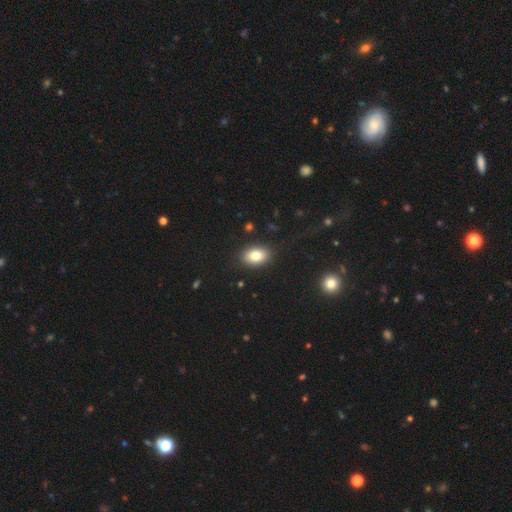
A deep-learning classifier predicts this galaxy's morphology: Smooth or featured?
  - smooth: 82% *
  - featured or disk: 9%
  - star or artifact: 9%
How rounded?
  - in between: 85% *
  - round: 13%
  - cigar-shaped: 1%
Merging?
  - none: 88% *
  - minor disturbance: 8%
  - major disturbance: 3%
  - merger: 1%